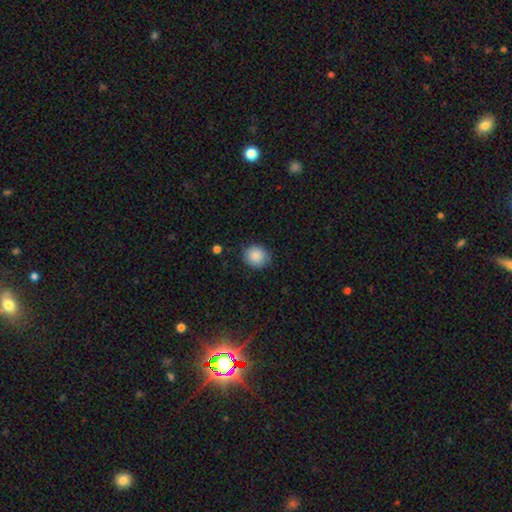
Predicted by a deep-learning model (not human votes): smooth-or-featured: smooth: 88% | star or artifact: 8% | featured or disk: 4%
  how-rounded: round: 80% | in between: 19% | cigar-shaped: 1%
  merging: none: 84% | minor disturbance: 13% | major disturbance: 3% | merger: 1%